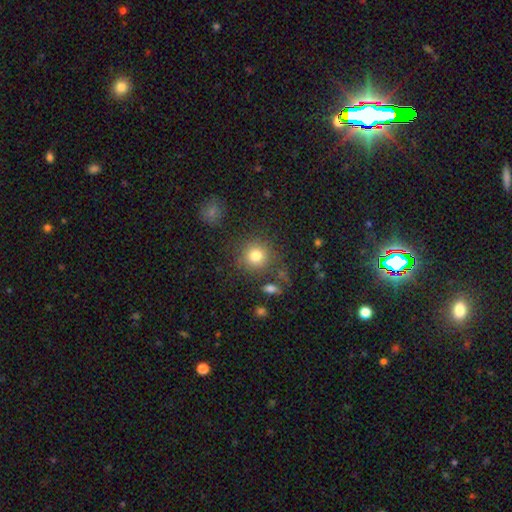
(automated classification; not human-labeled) Overall: smooth (80%). How rounded: round (91%). Merging: none (82%).